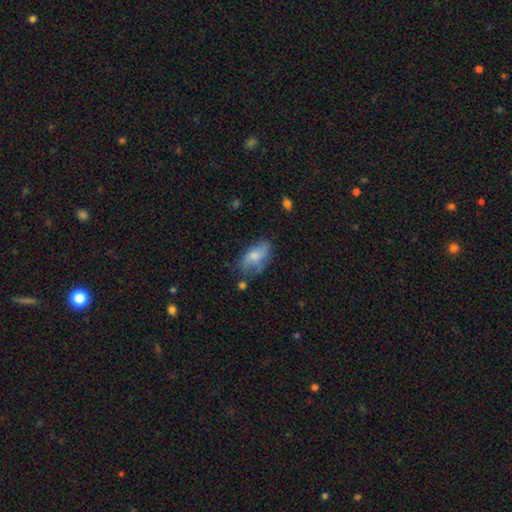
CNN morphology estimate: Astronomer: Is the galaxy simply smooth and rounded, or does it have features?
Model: smooth — 61%.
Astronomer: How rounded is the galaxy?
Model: in between — 90%.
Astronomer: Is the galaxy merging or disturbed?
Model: none — 51% (runner-up: minor disturbance, 30%).